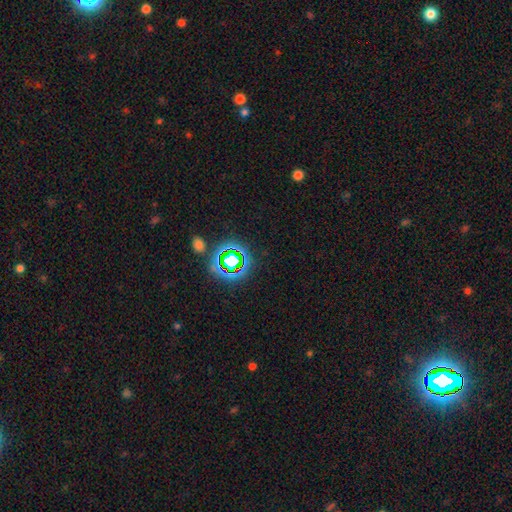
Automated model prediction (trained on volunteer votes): Smooth or featured: star or artifact — 67% (smooth — 24%)